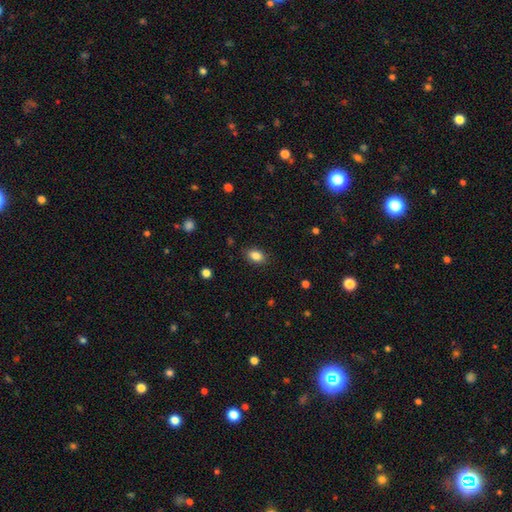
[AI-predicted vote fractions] The model was most divided on "how rounded": in between: 81%, round: 17%, cigar-shaped: 2%. More confident: merging — none (87%); smooth or featured — smooth (86%).